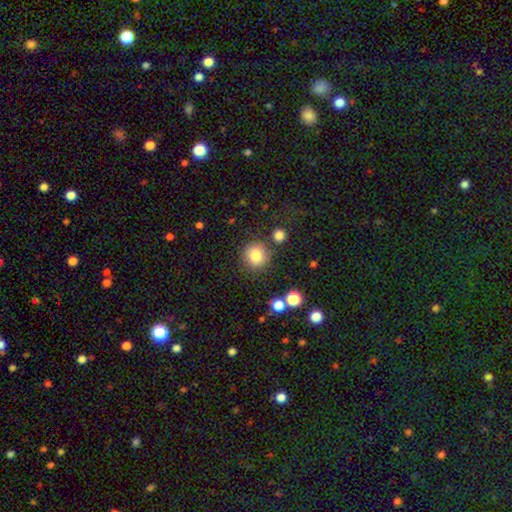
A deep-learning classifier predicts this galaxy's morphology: Smooth or featured? Predicted: smooth (p=0.81). How rounded? Predicted: round (p=0.91). Merging? Predicted: none (p=0.80).